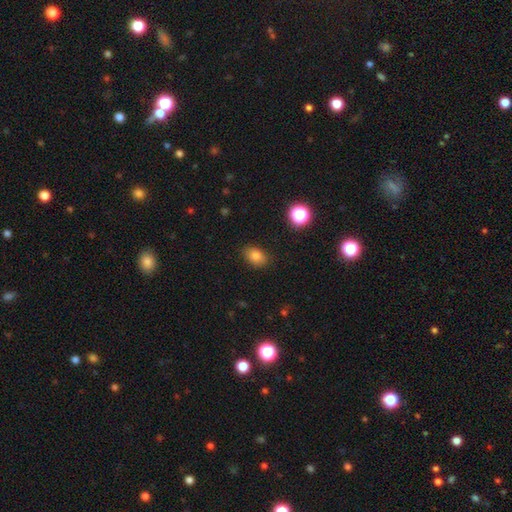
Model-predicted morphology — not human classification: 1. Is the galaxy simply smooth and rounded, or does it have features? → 81% smooth, 12% star or artifact, 7% featured or disk.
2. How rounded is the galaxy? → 75% in between, 24% round, 1% cigar-shaped.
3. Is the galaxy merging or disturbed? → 83% none, 12% minor disturbance, 3% major disturbance, 1% merger.